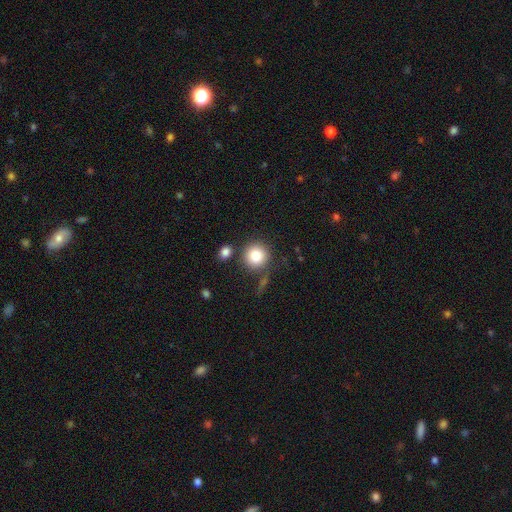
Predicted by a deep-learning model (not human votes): Q: Smooth or featured?
A: smooth (82%); runner-up: star or artifact (10%)
Q: How rounded?
A: round (93%); runner-up: in between (6%)
Q: Merging?
A: none (77%); runner-up: minor disturbance (10%)